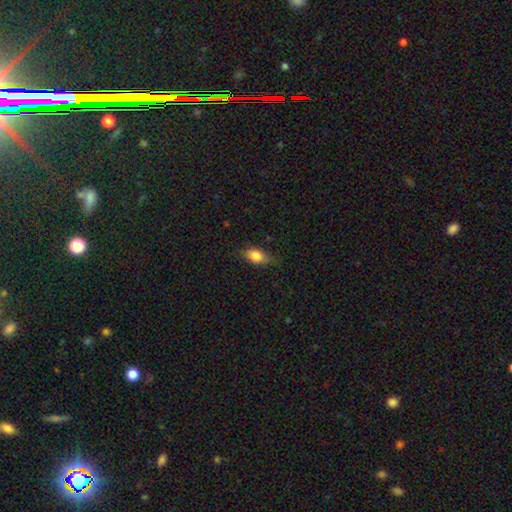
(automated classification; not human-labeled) smooth_or_featured: smooth (p=0.82) [alt: featured or disk p=0.10]
how_rounded: in between (p=0.84) [alt: round p=0.09]
merging: none (p=0.72) [alt: minor disturbance p=0.22]